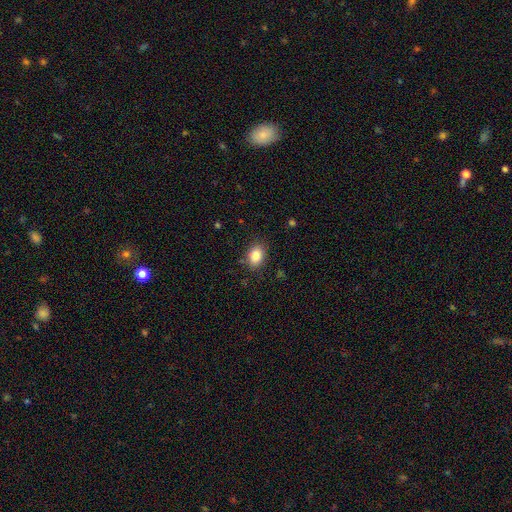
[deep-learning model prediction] Smooth or featured? smooth (84%)
How rounded? in between (74%)
Merging? none (84%)